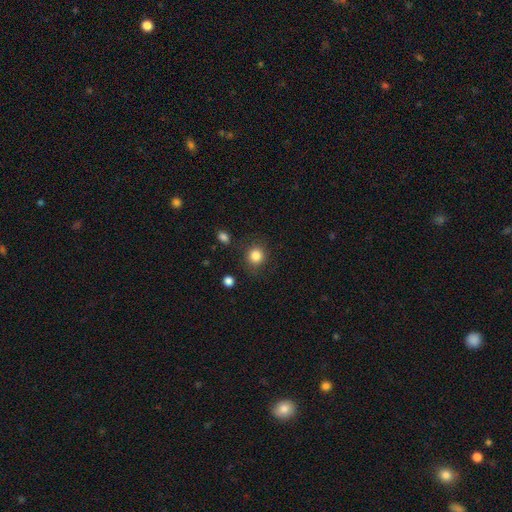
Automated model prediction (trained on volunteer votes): This is clearly a smooth galaxy (84%). How rounded: clearly round (87%). Merging: clearly none (83%).